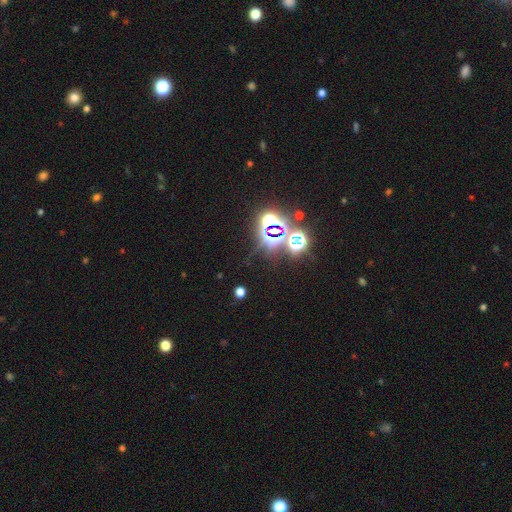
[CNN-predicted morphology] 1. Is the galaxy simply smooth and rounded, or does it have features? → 78% star or artifact, 14% smooth, 9% featured or disk.